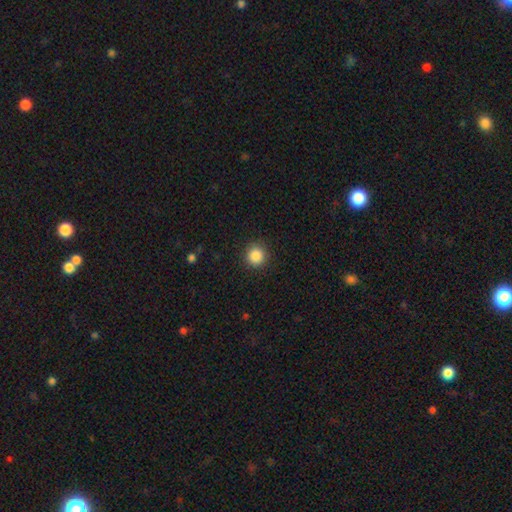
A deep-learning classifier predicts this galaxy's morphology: Smooth or featured?
  - smooth: 87% *
  - star or artifact: 10%
  - featured or disk: 3%
How rounded?
  - round: 93% *
  - in between: 6%
  - cigar-shaped: 1%
Merging?
  - none: 90% *
  - minor disturbance: 7%
  - major disturbance: 2%
  - merger: 1%